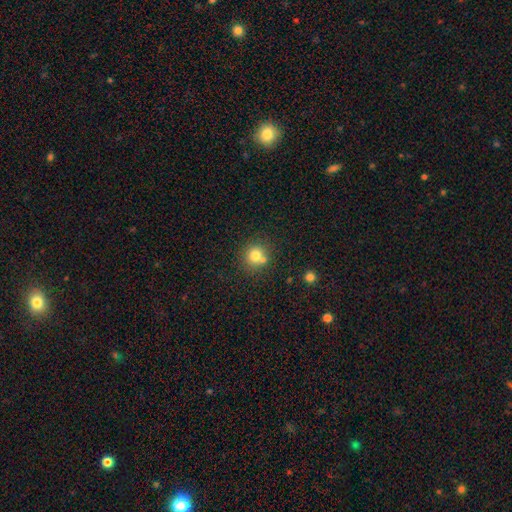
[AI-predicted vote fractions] Smooth or featured?
  - smooth: 77% *
  - star or artifact: 12%
  - featured or disk: 11%
How rounded?
  - round: 89% *
  - in between: 10%
  - cigar-shaped: 1%
Merging?
  - none: 63% *
  - merger: 24%
  - minor disturbance: 10%
  - major disturbance: 3%